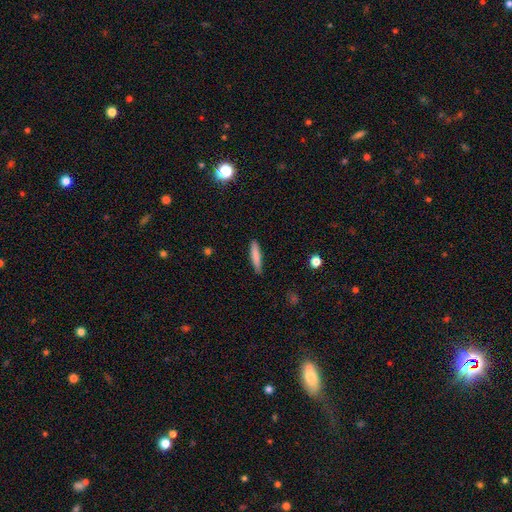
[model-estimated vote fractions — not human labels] Smooth or featured?
  - smooth: 80% *
  - featured or disk: 13%
  - star or artifact: 7%
How rounded?
  - cigar-shaped: 87% *
  - in between: 12%
  - round: 1%
Merging?
  - none: 86% *
  - minor disturbance: 11%
  - major disturbance: 2%
  - merger: 1%